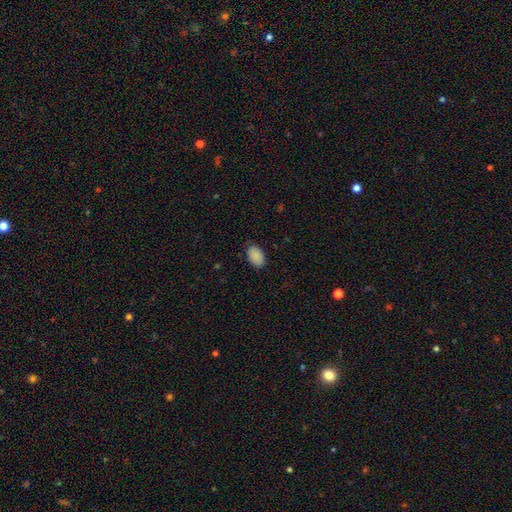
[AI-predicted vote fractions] This is clearly a smooth galaxy (89%). How rounded: clearly in between (89%). Merging: clearly none (81%).